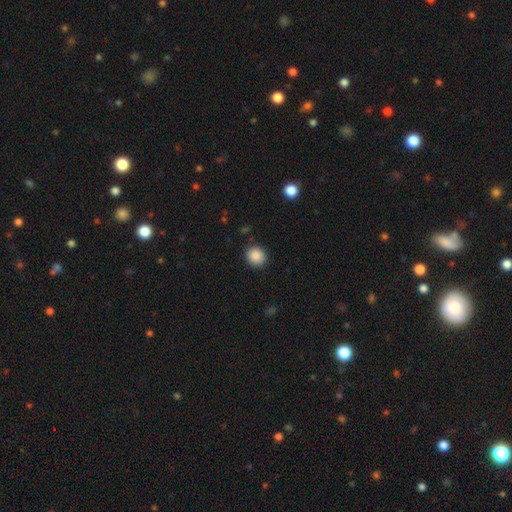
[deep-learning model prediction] Smooth or featured? smooth (88%)
How rounded? round (73%)
Merging? none (89%)